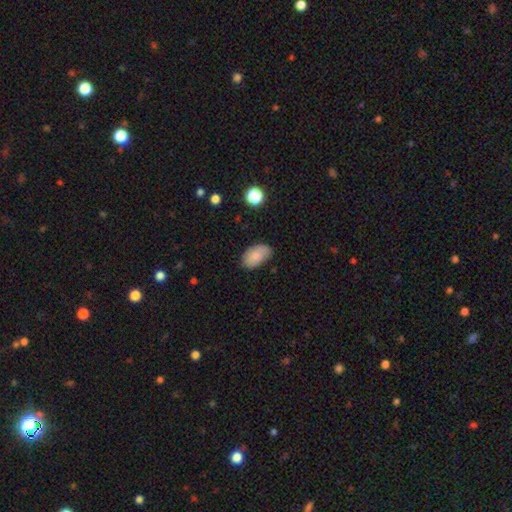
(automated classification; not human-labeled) Smooth or featured? Predicted: smooth (p=0.80). How rounded? Predicted: in between (p=0.93). Merging? Predicted: none (p=0.69).